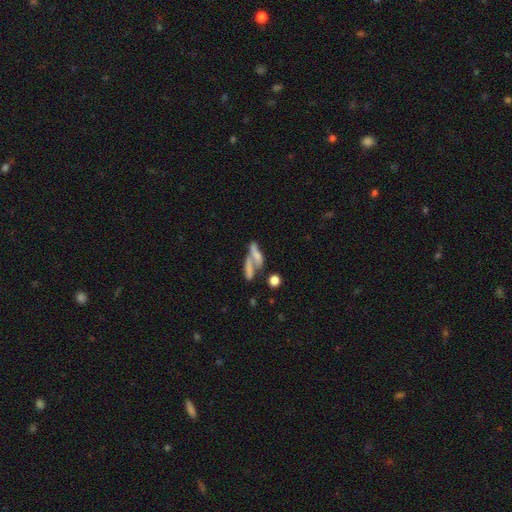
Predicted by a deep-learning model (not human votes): The model was most divided on "smooth or featured": smooth: 49%, featured or disk: 38%, star or artifact: 13%. Remaining: merging — merger (49%).